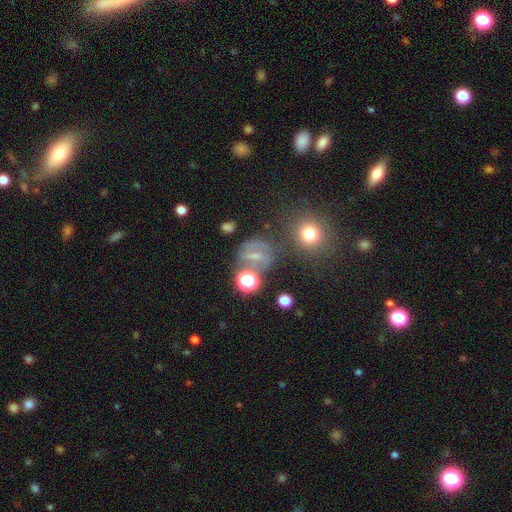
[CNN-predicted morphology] A featured or disk galaxy (45%). Merging: none (55%).